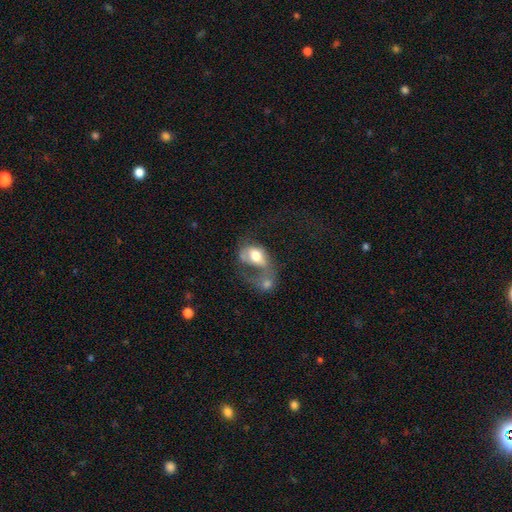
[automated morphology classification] A smooth galaxy with no disk features (60%) that is in between round and cigar-shaped (80%). Merging: merger (54%).